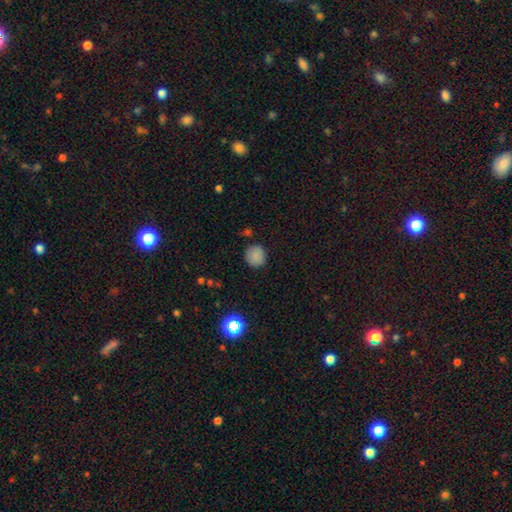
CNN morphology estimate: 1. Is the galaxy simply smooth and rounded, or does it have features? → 84% smooth, 11% star or artifact, 5% featured or disk.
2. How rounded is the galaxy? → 92% round, 8% in between, 1% cigar-shaped.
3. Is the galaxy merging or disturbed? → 86% none, 10% minor disturbance, 2% major disturbance, 2% merger.